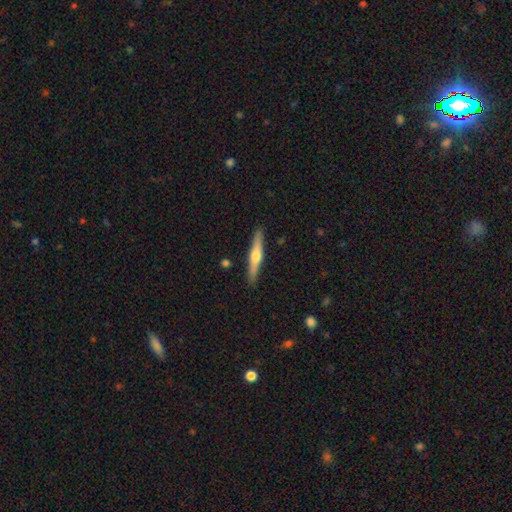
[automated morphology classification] Overall: featured or disk (62%; smooth 33%). Edge-on disk: yes (97%). Edge-on bulge: rounded (93%). Merging: none (90%).